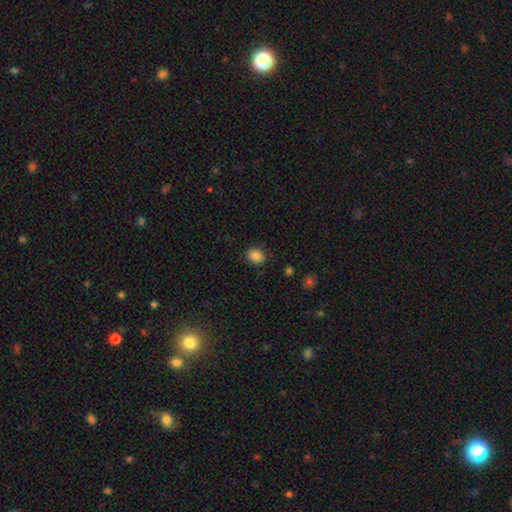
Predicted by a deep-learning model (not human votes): A smooth galaxy with no disk features (85%) that is round (63%).

Vote fractions:
- Smooth or featured? smooth: 85% / star or artifact: 10% / featured or disk: 4%
- How rounded? round: 63% / in between: 37% / cigar-shaped: 1%
- Merging? none: 86% / minor disturbance: 10% / major disturbance: 3% / merger: 1%